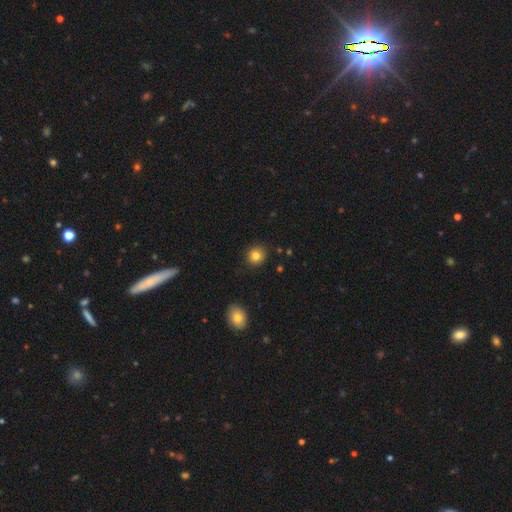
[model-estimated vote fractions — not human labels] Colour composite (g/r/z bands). It shows a smooth galaxy with no disk features (82%) that is round (87%). Merging: none (90%).